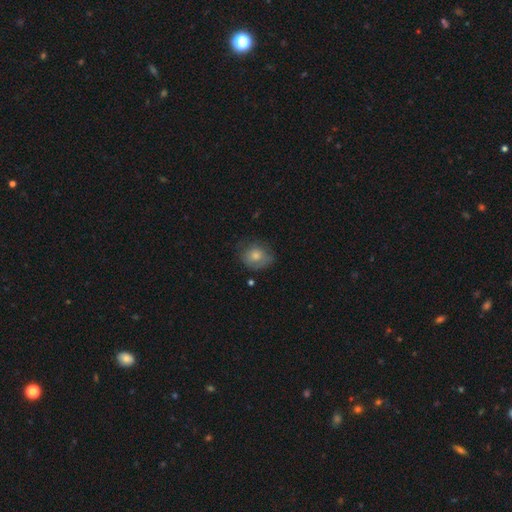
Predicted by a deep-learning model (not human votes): smooth-or-featured: smooth: 74% | featured or disk: 18% | star or artifact: 8%
  how-rounded: round: 63% | in between: 36% | cigar-shaped: 1%
  merging: none: 62% | minor disturbance: 27% | major disturbance: 9% | merger: 2%